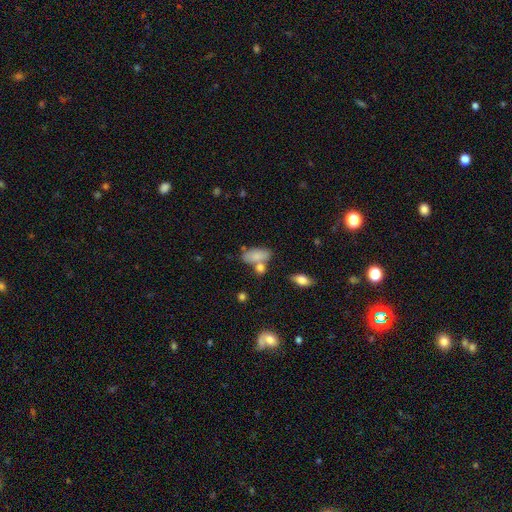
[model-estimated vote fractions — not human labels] Overall: smooth (80%). How rounded: in between (88%). Merging: none (52%; merger 24%).